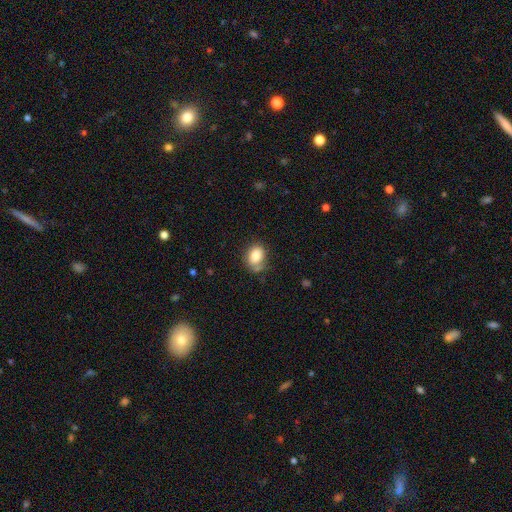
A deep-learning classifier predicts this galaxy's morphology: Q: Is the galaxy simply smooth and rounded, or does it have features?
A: smooth — 83%.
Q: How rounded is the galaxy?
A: in between — 69%.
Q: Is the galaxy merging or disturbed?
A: none — 60%.